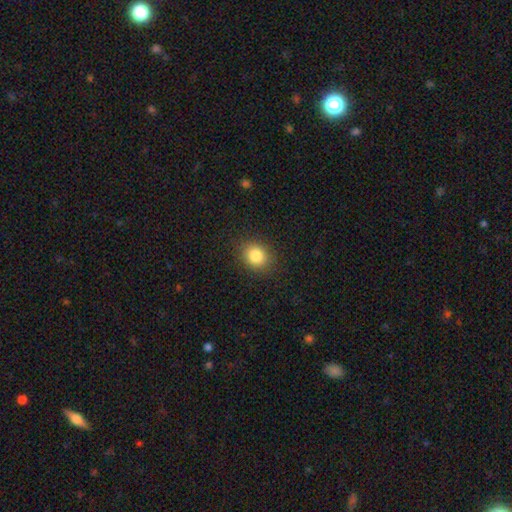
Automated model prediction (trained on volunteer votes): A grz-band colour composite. It shows a smooth galaxy with no disk features (84%) that is round (66%). Merging: none (88%).